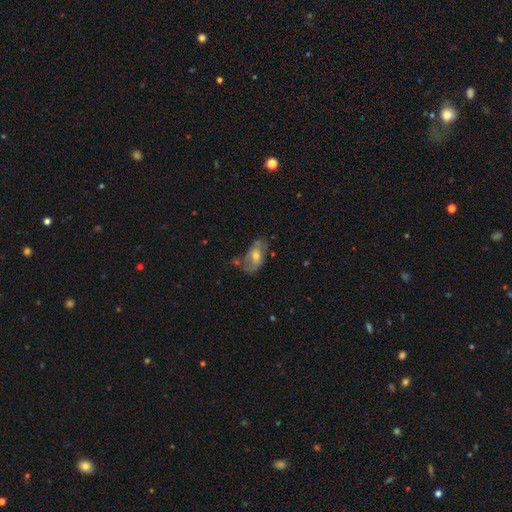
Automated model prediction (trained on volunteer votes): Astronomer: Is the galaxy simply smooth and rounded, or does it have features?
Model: featured or disk — 49% (runner-up: smooth, 44%).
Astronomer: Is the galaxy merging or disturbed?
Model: none — 50% (runner-up: minor disturbance, 27%).